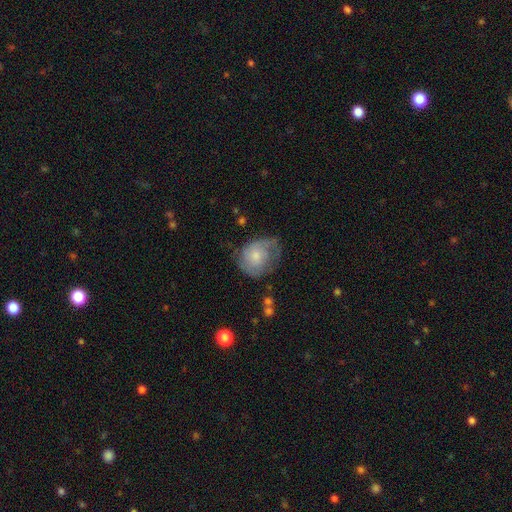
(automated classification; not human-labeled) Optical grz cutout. It shows a smooth galaxy with no disk features (50%). Merging: none (41%).